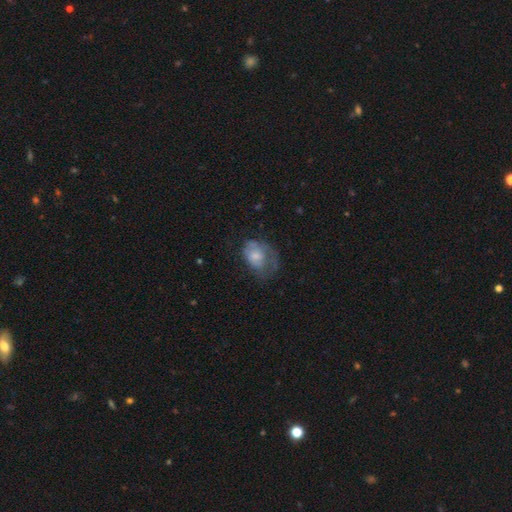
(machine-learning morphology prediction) smooth_or_featured: smooth (p=0.57) [alt: featured or disk p=0.35]
how_rounded: in between (p=0.72) [alt: round p=0.27]
merging: major disturbance (p=0.41) [alt: minor disturbance p=0.29]